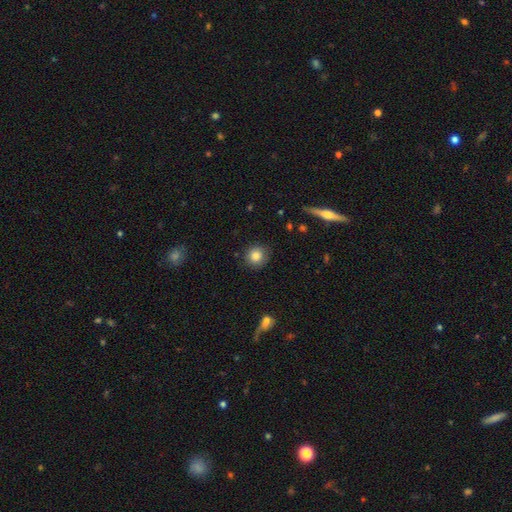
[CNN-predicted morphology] The model was most divided on "smooth or featured": smooth: 84%, star or artifact: 10%, featured or disk: 7%. More confident: how rounded — round (90%); merging — none (86%).